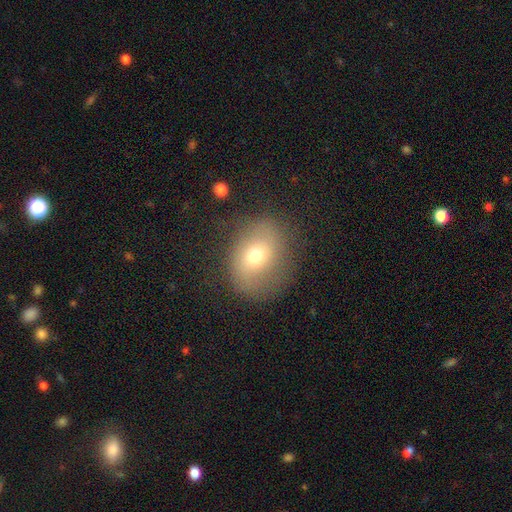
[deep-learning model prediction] smooth_or_featured: smooth (p=0.60) [alt: featured or disk p=0.28]
how_rounded: round (p=0.57) [alt: in between p=0.42]
merging: none (p=0.73) [alt: minor disturbance p=0.17]